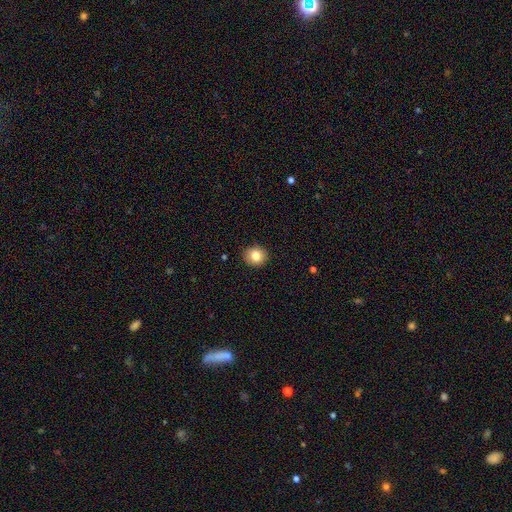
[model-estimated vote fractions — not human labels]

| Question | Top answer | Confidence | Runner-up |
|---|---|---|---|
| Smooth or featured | smooth | 82% | star or artifact (9%) |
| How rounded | round | 83% | in between (17%) |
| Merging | none | 90% | minor disturbance (7%) |